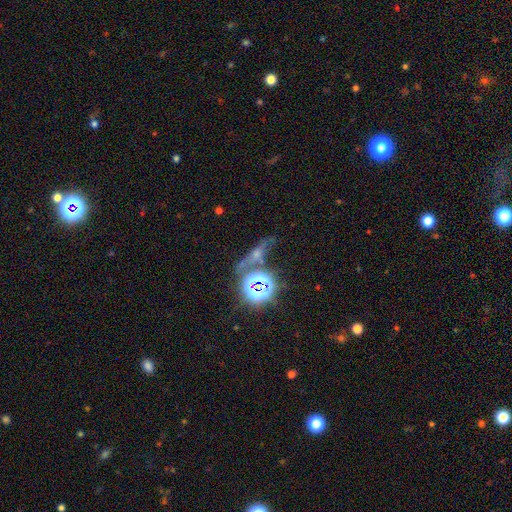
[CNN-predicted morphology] Smooth or featured?
  - star or artifact: 40% *
  - featured or disk: 34%
  - smooth: 26%